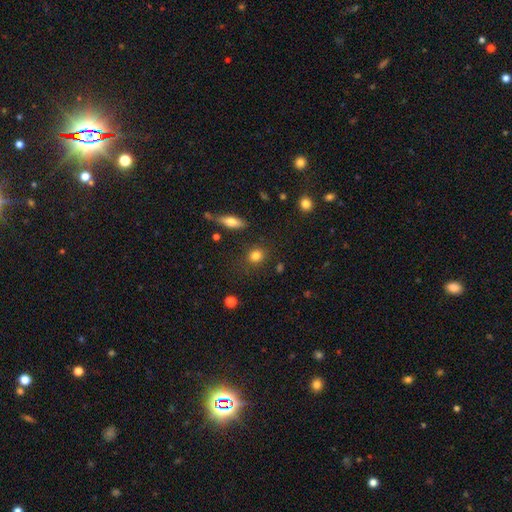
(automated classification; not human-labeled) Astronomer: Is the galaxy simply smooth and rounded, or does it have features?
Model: smooth — 82%.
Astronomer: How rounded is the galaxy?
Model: round — 75%.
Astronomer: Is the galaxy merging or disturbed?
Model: none — 84%.